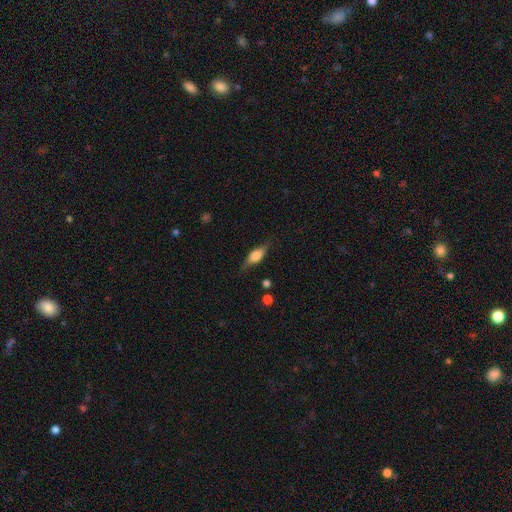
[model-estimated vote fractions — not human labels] This appears to be a smooth galaxy with no disk features (47%). Merging: none (77%).